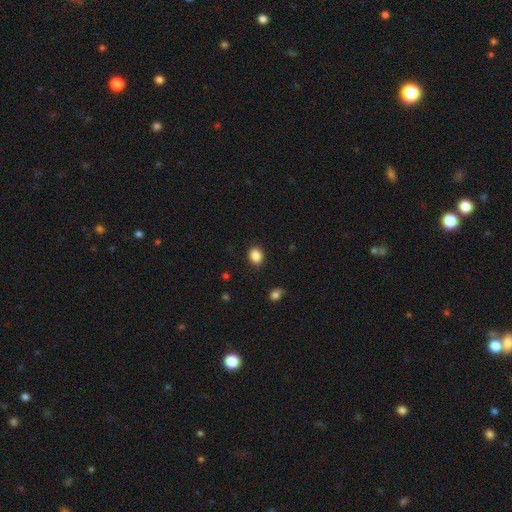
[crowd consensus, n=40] Smooth or featured: smooth — 88% (star or artifact — 10%)
How rounded: round — 69% (in between — 31%)
Merging: none — 89% (minor disturbance — 11%)